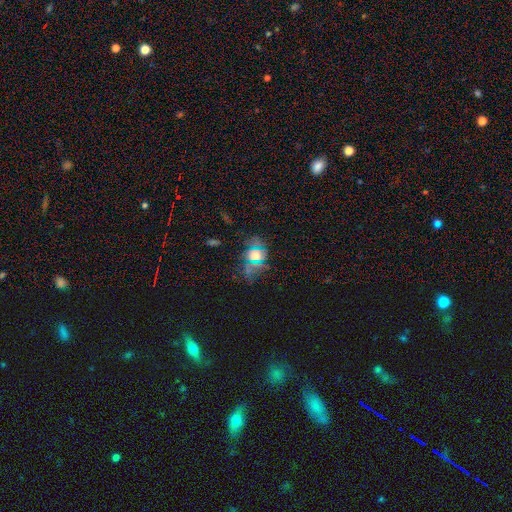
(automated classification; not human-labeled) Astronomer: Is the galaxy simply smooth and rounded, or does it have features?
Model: star or artifact — 41% (runner-up: smooth, 40%).